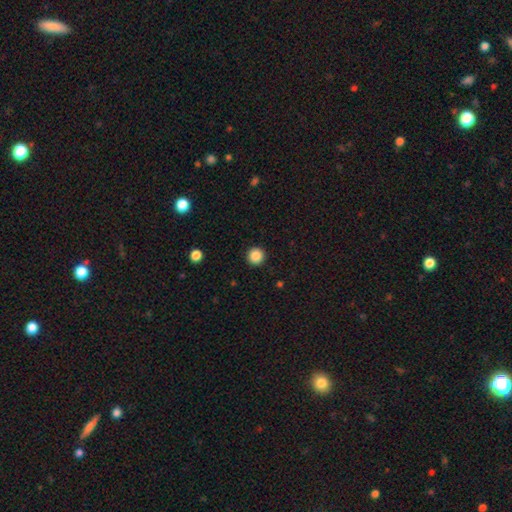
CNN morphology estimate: Q: Smooth or featured?
A: smooth (87%); runner-up: star or artifact (10%)
Q: How rounded?
A: round (96%); runner-up: in between (3%)
Q: Merging?
A: none (93%); runner-up: minor disturbance (4%)